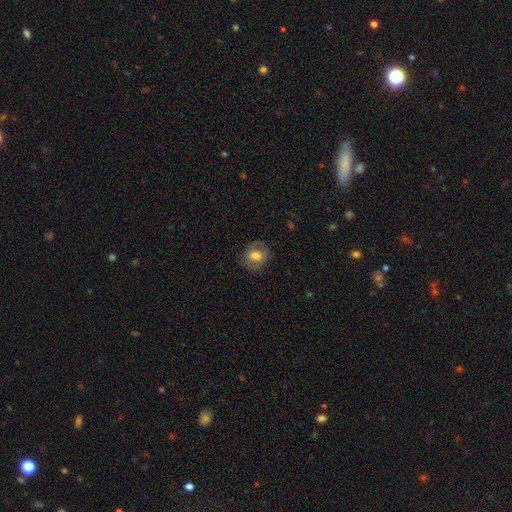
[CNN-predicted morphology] Smooth or featured: smooth — 67% (featured or disk — 24%)
How rounded: round — 67% (in between — 32%)
Merging: none — 79% (minor disturbance — 14%)